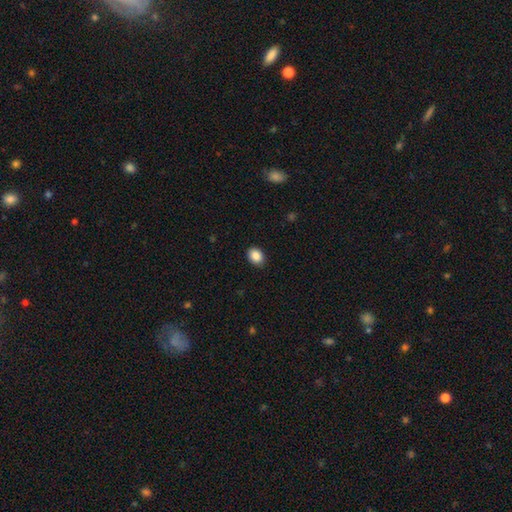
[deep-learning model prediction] This appears to be a smooth galaxy with no disk features (88%) that is in between round and cigar-shaped (61%). Merging: none (89%).